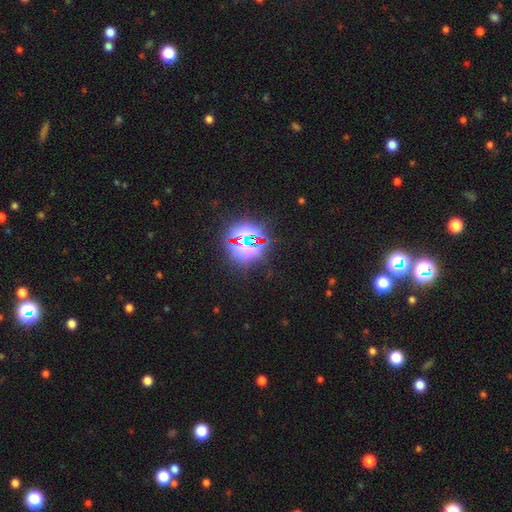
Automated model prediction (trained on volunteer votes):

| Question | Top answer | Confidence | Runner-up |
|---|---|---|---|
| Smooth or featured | star or artifact | 82% | smooth (11%) |